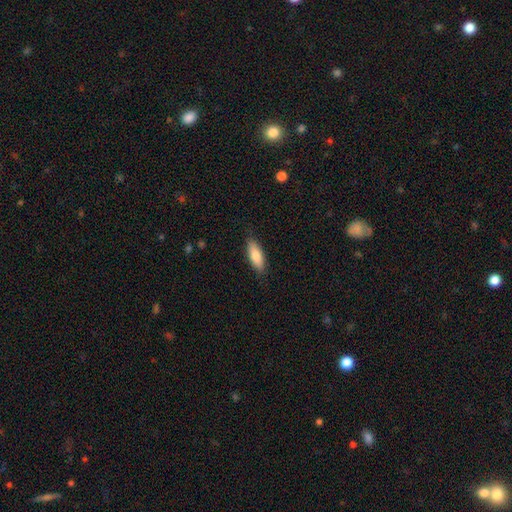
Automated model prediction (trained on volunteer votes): Smooth or featured?
  - smooth: 81% *
  - featured or disk: 13%
  - star or artifact: 6%
How rounded?
  - in between: 67% *
  - cigar-shaped: 31%
  - round: 2%
Merging?
  - none: 86% *
  - minor disturbance: 11%
  - major disturbance: 2%
  - merger: 1%